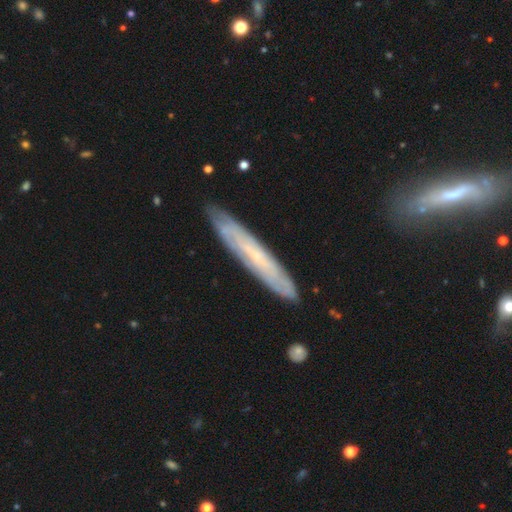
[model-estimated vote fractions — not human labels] Smooth or featured: featured or disk — 60% (smooth — 33%)
Edge-on disk: yes — 63% (no — 37%)
Merging: none — 85% (minor disturbance — 11%)